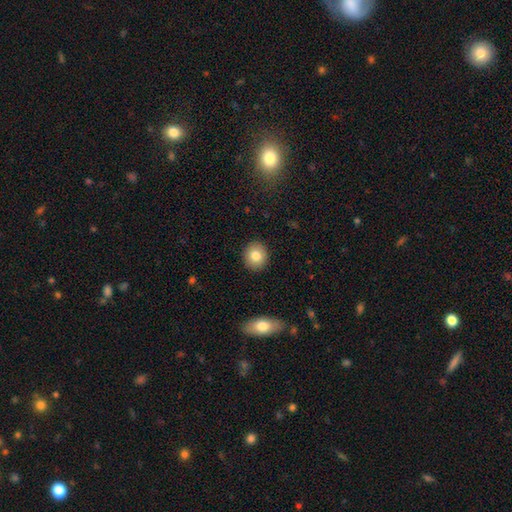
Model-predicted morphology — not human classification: smooth 81%, featured or disk 10%, star or artifact 8%. Down the decision tree: how rounded — round (82%); merging — none (91%).